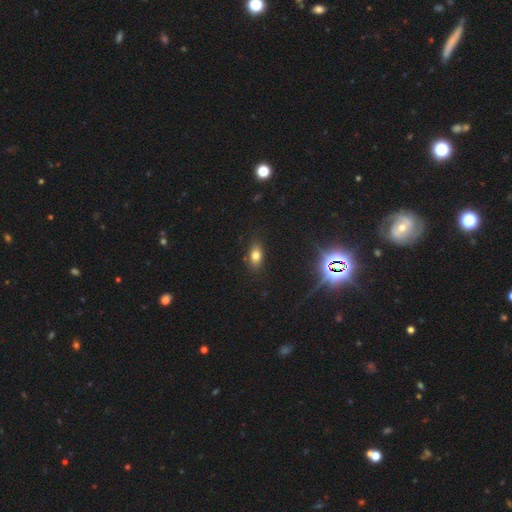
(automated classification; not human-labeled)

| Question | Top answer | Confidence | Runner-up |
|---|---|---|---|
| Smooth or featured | smooth | 75% | star or artifact (14%) |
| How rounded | in between | 85% | round (11%) |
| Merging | none | 85% | minor disturbance (11%) |